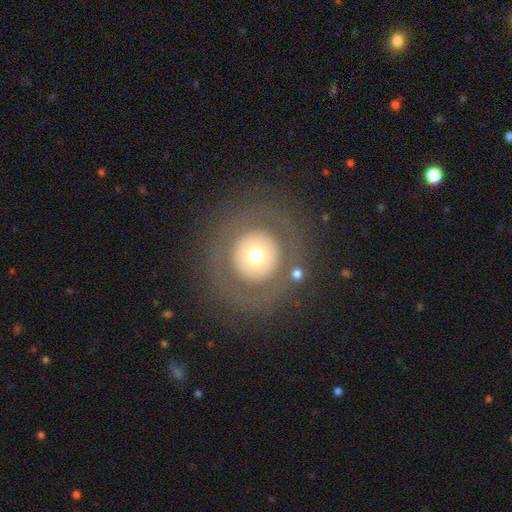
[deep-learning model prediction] smooth-or-featured: smooth: 54% | featured or disk: 37% | star or artifact: 9%
  how-rounded: round: 93% | in between: 6% | cigar-shaped: 1%
  merging: none: 82% | minor disturbance: 8% | major disturbance: 8% | merger: 2%